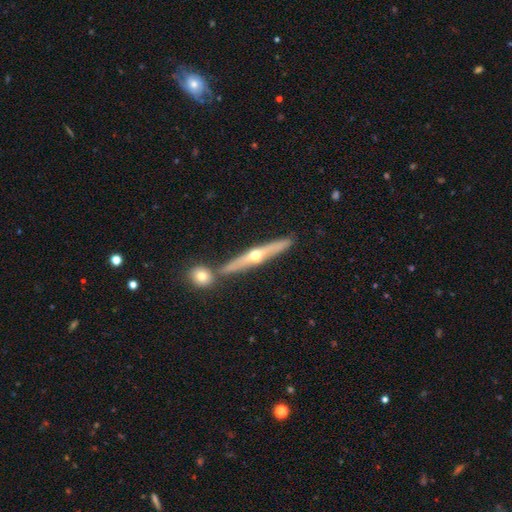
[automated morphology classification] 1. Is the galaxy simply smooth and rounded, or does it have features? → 67% featured or disk, 27% smooth, 6% star or artifact.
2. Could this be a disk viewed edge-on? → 95% yes, 5% no.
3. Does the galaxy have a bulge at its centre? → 92% rounded, 6% none, 2% boxy.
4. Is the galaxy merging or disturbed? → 80% none, 10% minor disturbance, 8% merger, 2% major disturbance.